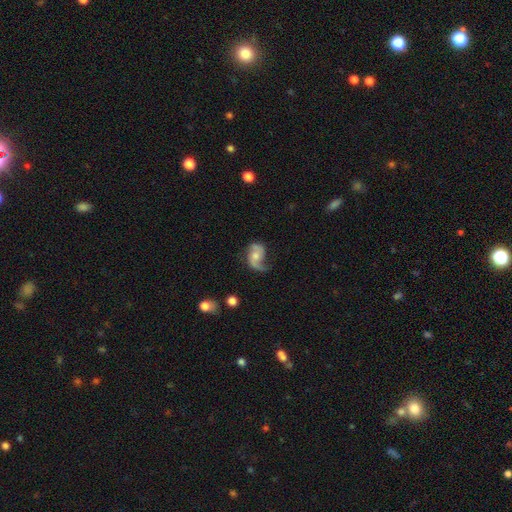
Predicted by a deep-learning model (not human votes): Smooth or featured: featured or disk — 78% (smooth — 16%)
Edge-on disk: no — 97% (yes — 3%)
Bar: no — 65% (weak — 29%)
Spiral arms: yes — 94% (no — 6%)
Spiral winding: loose — 57% (medium — 33%)
Spiral arm count: 2 — 71% (1 — 22%)
Bulge size: moderate — 54% (small — 36%)
Merging: none — 50% (minor disturbance — 26%)